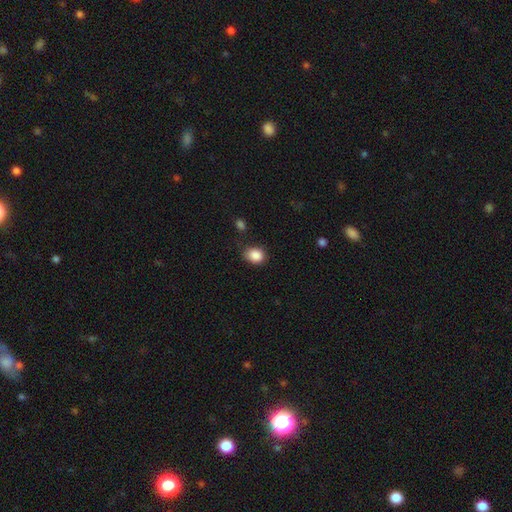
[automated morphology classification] Overall: smooth (88%). How rounded: round (50%; in between 49%). Merging: none (73%).